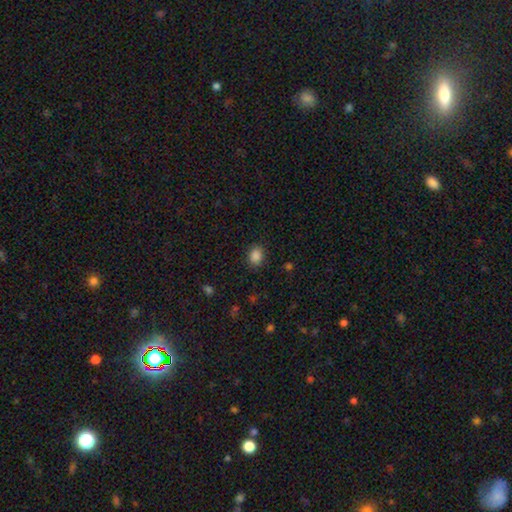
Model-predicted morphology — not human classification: Smooth or featured?
  - smooth: 87% *
  - star or artifact: 10%
  - featured or disk: 3%
How rounded?
  - in between: 58% *
  - round: 41%
  - cigar-shaped: 1%
Merging?
  - none: 85% *
  - minor disturbance: 11%
  - major disturbance: 3%
  - merger: 1%